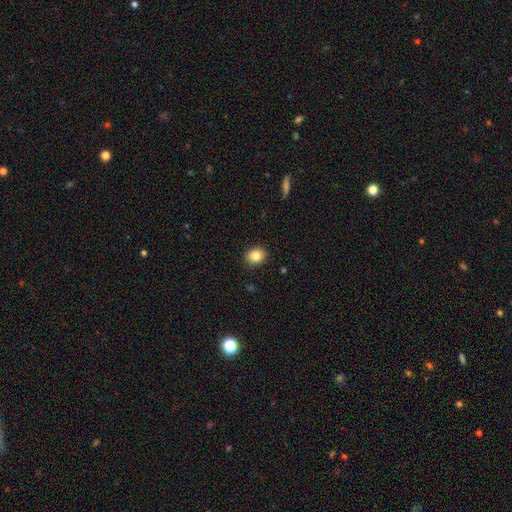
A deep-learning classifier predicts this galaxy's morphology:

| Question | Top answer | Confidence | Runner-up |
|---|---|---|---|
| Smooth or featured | smooth | 84% | star or artifact (10%) |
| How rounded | round | 64% | in between (36%) |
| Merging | none | 90% | minor disturbance (7%) |